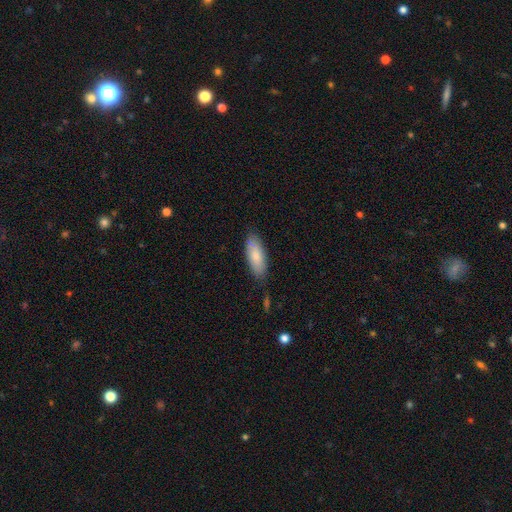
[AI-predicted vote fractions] Q: Smooth or featured?
A: smooth (80%); runner-up: featured or disk (14%)
Q: How rounded?
A: in between (77%); runner-up: cigar-shaped (21%)
Q: Merging?
A: none (76%); runner-up: minor disturbance (18%)